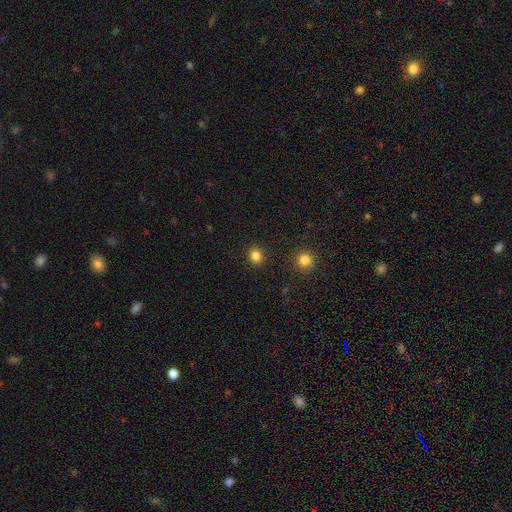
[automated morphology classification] Smooth or featured: smooth — 84% (star or artifact — 12%)
How rounded: round — 71% (in between — 28%)
Merging: none — 90% (minor disturbance — 6%)